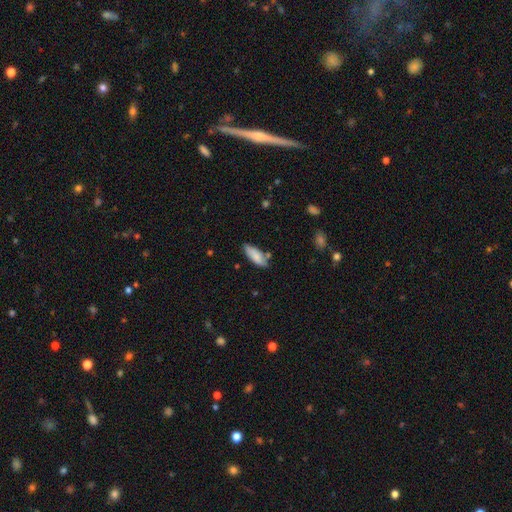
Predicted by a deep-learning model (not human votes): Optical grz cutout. It shows a smooth galaxy with no disk features (82%) that is in between round and cigar-shaped (73%). Merging: none (67%).